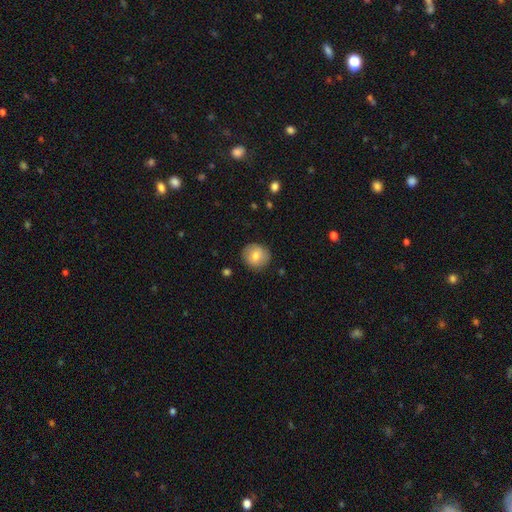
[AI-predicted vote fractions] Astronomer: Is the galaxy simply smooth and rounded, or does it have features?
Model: smooth — 75%.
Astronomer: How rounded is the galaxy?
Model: round — 87%.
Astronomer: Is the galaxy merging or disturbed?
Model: none — 86%.